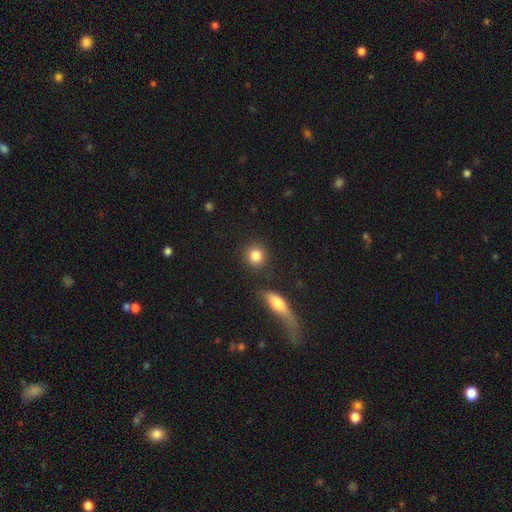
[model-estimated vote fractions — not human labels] This is clearly a smooth galaxy (85%). How rounded: clearly round (86%). Merging: clearly none (83%).